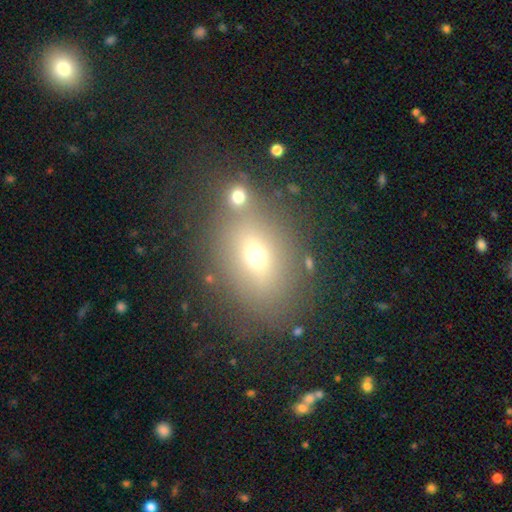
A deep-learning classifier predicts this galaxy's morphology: This is likely a smooth galaxy (61%). How rounded: likely in between (63%). Merging: likely none (71%).